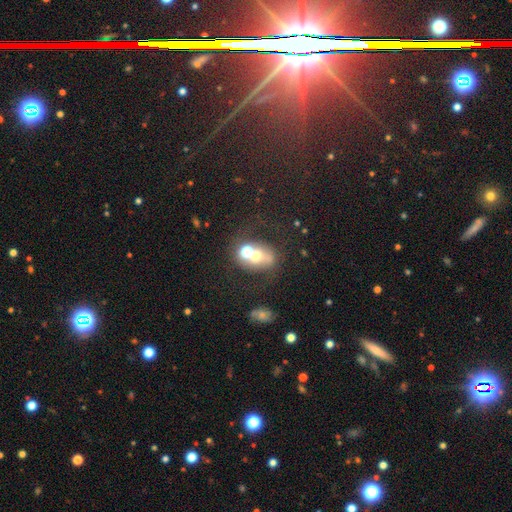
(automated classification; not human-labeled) The model was most divided on "merging": merger: 47%, none: 34%, minor disturbance: 11%, major disturbance: 8%. More confident: how rounded — round (57%); smooth or featured — smooth (52%).